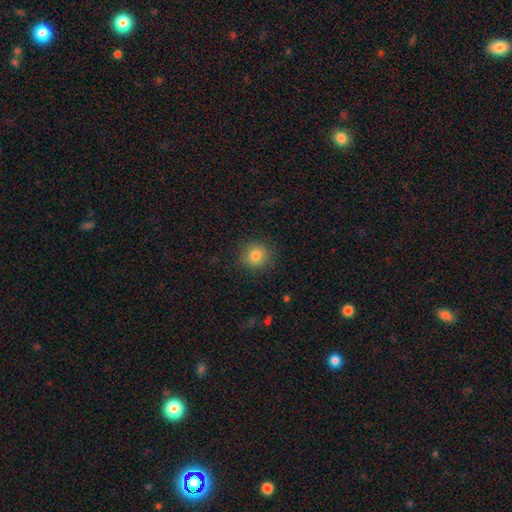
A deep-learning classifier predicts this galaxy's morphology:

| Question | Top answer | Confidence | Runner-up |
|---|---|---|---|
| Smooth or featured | smooth | 82% | star or artifact (11%) |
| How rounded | round | 87% | in between (12%) |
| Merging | none | 87% | minor disturbance (9%) |